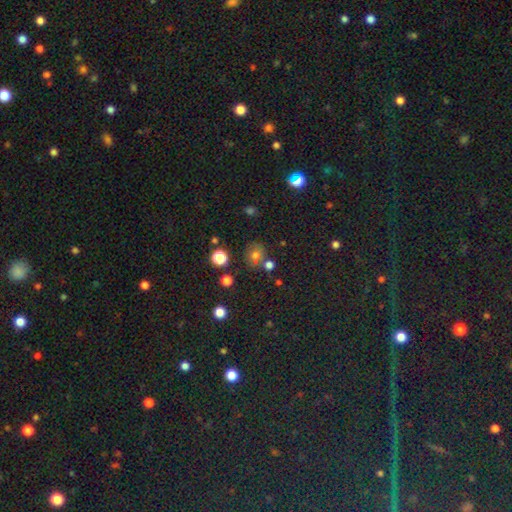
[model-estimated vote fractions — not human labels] smooth_or_featured: smooth (p=0.65) [alt: star or artifact p=0.25]
how_rounded: round (p=0.74) [alt: in between p=0.25]
merging: none (p=0.70) [alt: merger p=0.13]